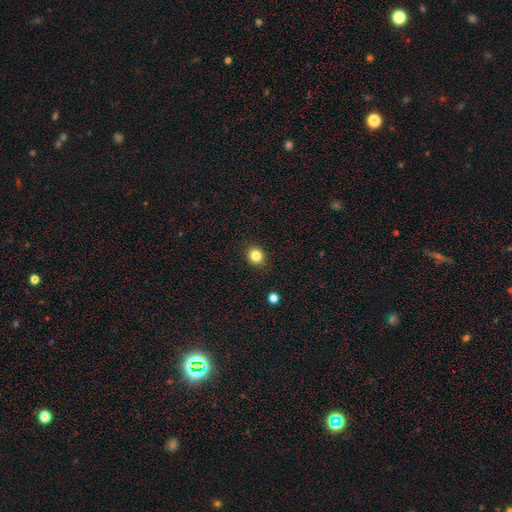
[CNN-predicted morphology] Q: Smooth or featured?
A: smooth (83%); runner-up: star or artifact (12%)
Q: How rounded?
A: round (82%); runner-up: in between (17%)
Q: Merging?
A: none (90%); runner-up: minor disturbance (7%)